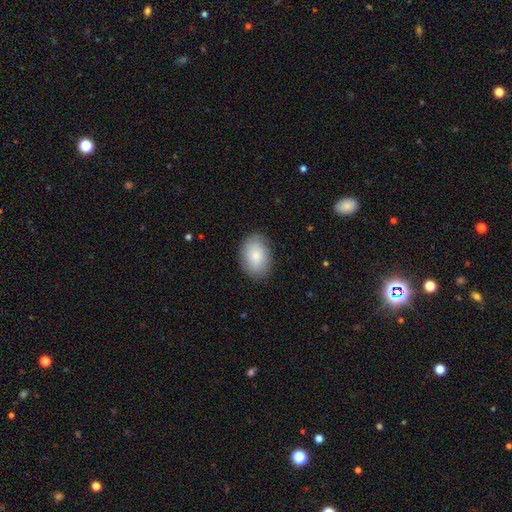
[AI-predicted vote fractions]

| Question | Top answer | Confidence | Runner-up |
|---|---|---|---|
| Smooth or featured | smooth | 84% | featured or disk (10%) |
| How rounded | in between | 82% | round (17%) |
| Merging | none | 85% | minor disturbance (11%) |